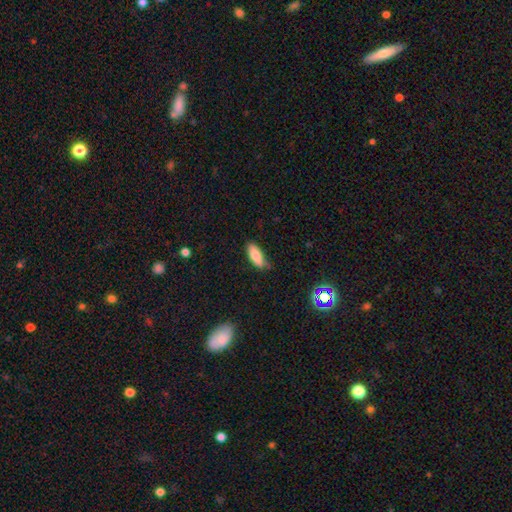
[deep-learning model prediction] smooth_or_featured: smooth (p=0.83) [alt: featured or disk p=0.10]
how_rounded: in between (p=0.75) [alt: cigar-shaped p=0.23]
merging: none (p=0.73) [alt: minor disturbance p=0.21]